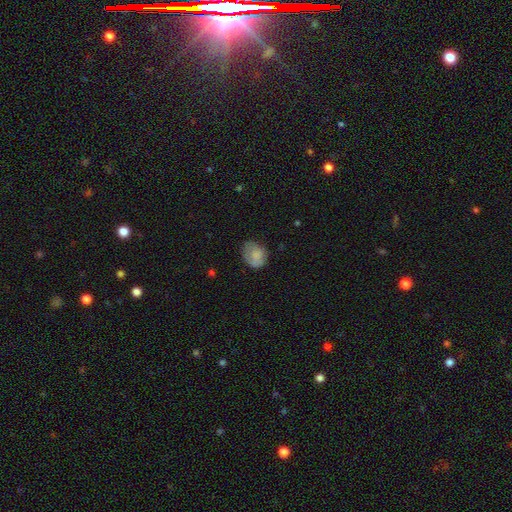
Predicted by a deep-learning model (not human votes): Smooth or featured?
  - smooth: 78% *
  - featured or disk: 14%
  - star or artifact: 8%
How rounded?
  - round: 50% *
  - in between: 49%
  - cigar-shaped: 1%
Merging?
  - none: 60% *
  - minor disturbance: 29%
  - major disturbance: 9%
  - merger: 2%